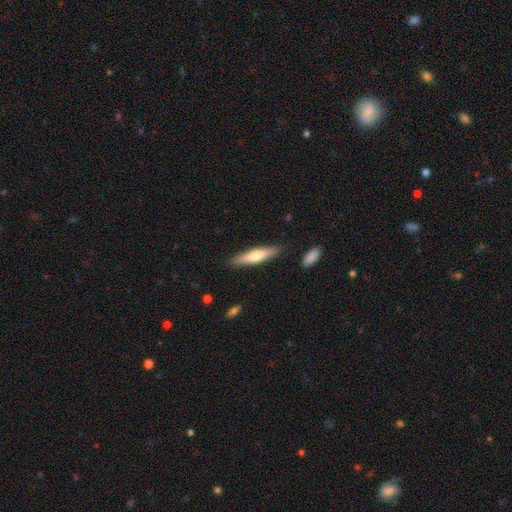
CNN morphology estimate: smooth 63%, featured or disk 31%, star or artifact 5%. Down the decision tree: how rounded — cigar-shaped (79%); merging — none (86%).